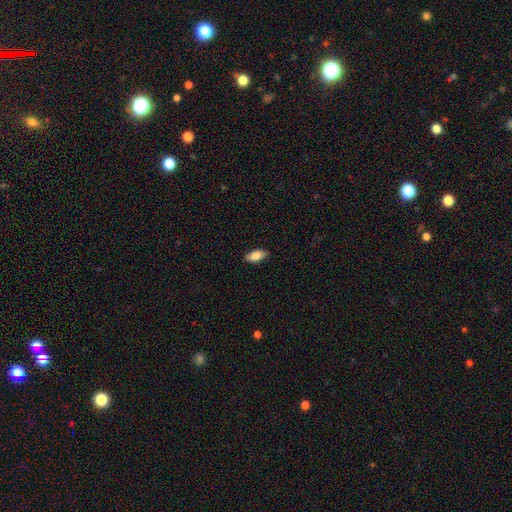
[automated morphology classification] This appears to be a smooth galaxy with no disk features (82%) that is in between round and cigar-shaped (86%). Merging: none (87%).